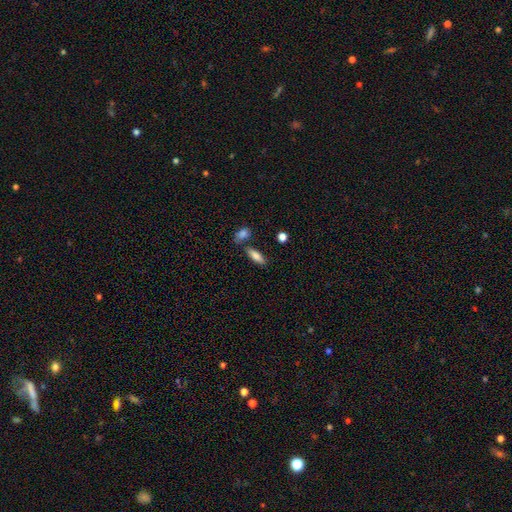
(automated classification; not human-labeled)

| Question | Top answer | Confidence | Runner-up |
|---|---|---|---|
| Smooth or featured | smooth | 79% | featured or disk (14%) |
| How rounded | in between | 63% | cigar-shaped (35%) |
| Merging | none | 71% | merger (13%) |